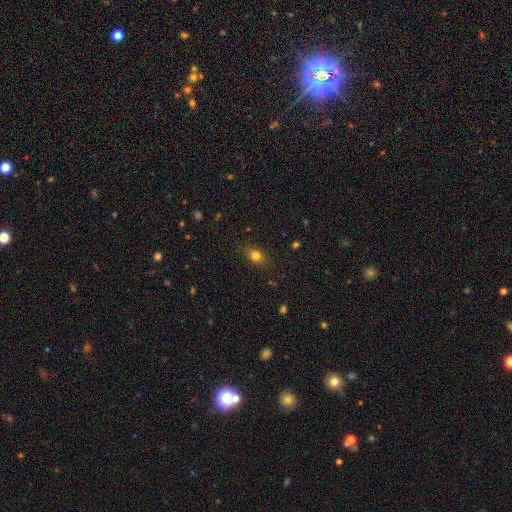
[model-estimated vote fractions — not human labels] Smooth or featured?
  - smooth: 80% *
  - star or artifact: 13%
  - featured or disk: 7%
How rounded?
  - in between: 60% *
  - round: 38%
  - cigar-shaped: 2%
Merging?
  - none: 85% *
  - minor disturbance: 11%
  - major disturbance: 3%
  - merger: 1%